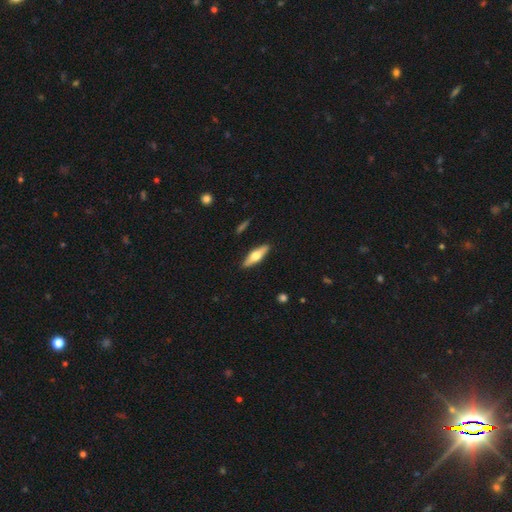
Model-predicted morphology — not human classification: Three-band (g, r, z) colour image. It shows a smooth galaxy with no disk features (48%). Merging: none (90%).